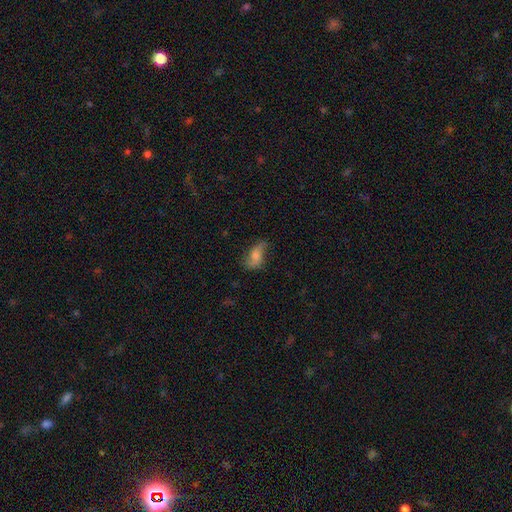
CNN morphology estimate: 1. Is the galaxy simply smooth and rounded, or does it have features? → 49% featured or disk, 42% smooth, 9% star or artifact.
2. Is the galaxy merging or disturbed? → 59% none, 26% minor disturbance, 13% major disturbance, 2% merger.